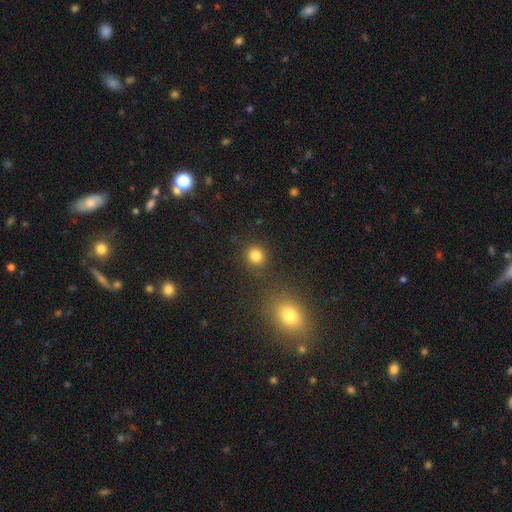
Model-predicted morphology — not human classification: This is clearly a smooth galaxy (82%). How rounded: clearly round (89%). Merging: clearly none (83%).